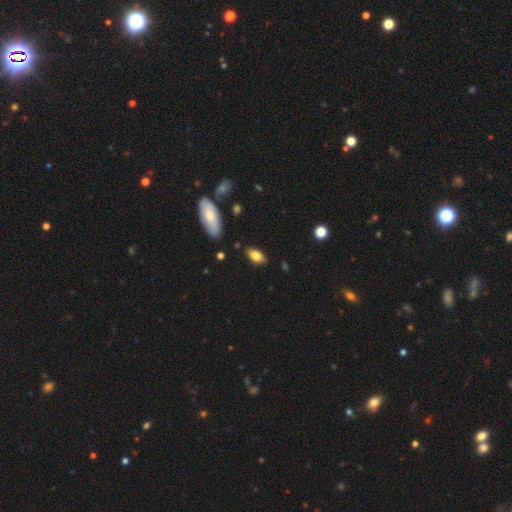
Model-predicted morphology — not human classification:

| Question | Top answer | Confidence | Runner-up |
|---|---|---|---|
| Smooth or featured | smooth | 80% | featured or disk (13%) |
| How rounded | in between | 89% | cigar-shaped (7%) |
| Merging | none | 84% | minor disturbance (12%) |